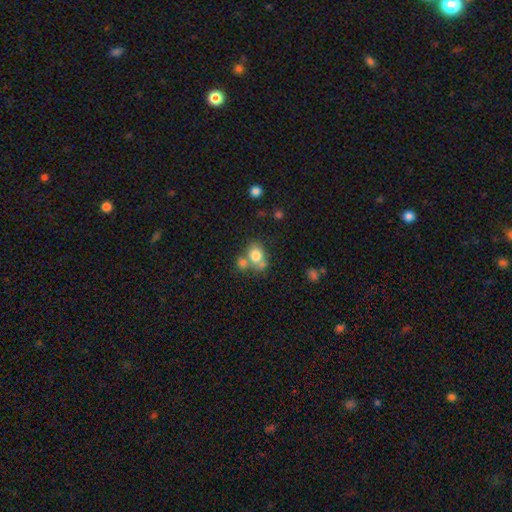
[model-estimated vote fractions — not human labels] Smooth or featured: smooth — 75% (featured or disk — 14%)
How rounded: round — 58% (in between — 41%)
Merging: none — 41% (tied with merger — 41%)